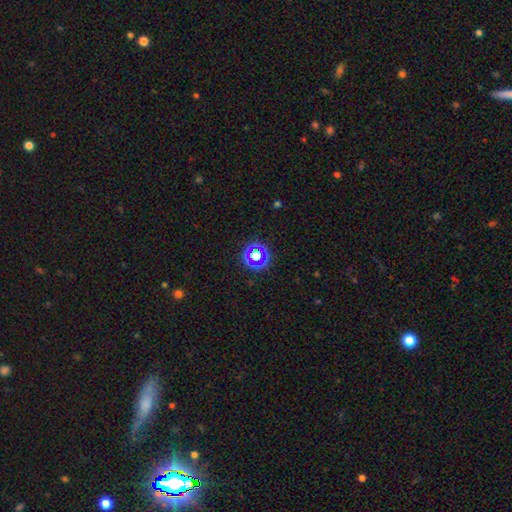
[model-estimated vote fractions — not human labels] smooth_or_featured: star or artifact (p=0.59) [alt: smooth p=0.29]